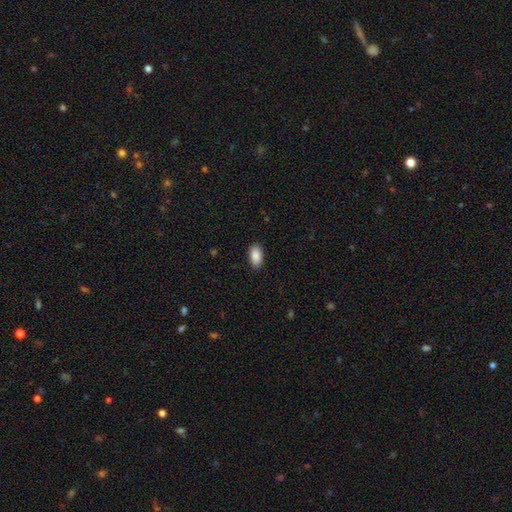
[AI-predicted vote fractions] A smooth galaxy with no disk features (90%) that is in between round and cigar-shaped (94%).

Vote fractions:
- Smooth or featured? smooth: 90% / star or artifact: 7% / featured or disk: 4%
- How rounded? in between: 94% / cigar-shaped: 3% / round: 3%
- Merging? none: 88% / minor disturbance: 9% / major disturbance: 2% / merger: 1%